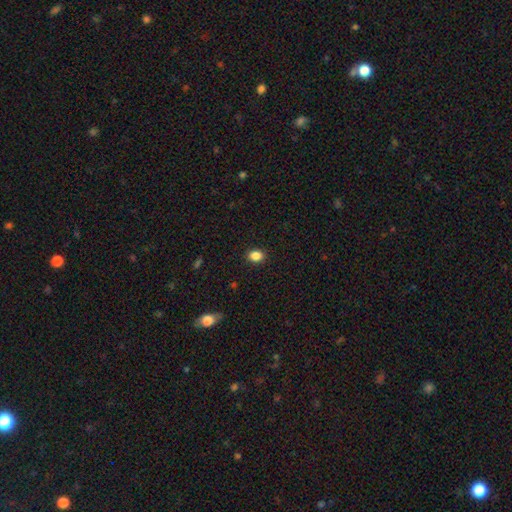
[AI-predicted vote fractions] Morphology: type=smooth (86%); roundness=in between (60%); merging=none (90%).